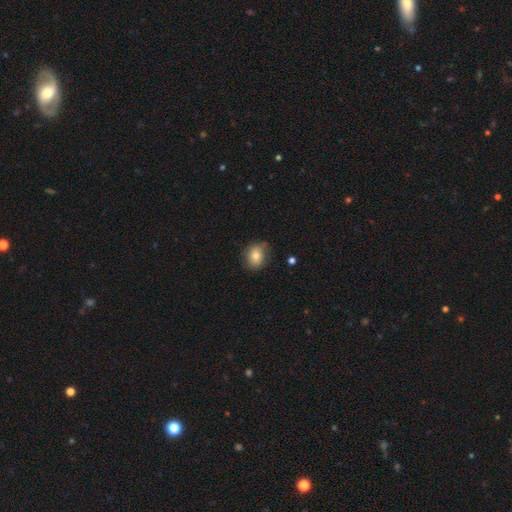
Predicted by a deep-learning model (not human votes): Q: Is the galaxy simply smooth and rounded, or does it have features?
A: smooth — 73%.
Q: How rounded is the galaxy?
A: round — 51%.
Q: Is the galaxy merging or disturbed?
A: none — 70%.